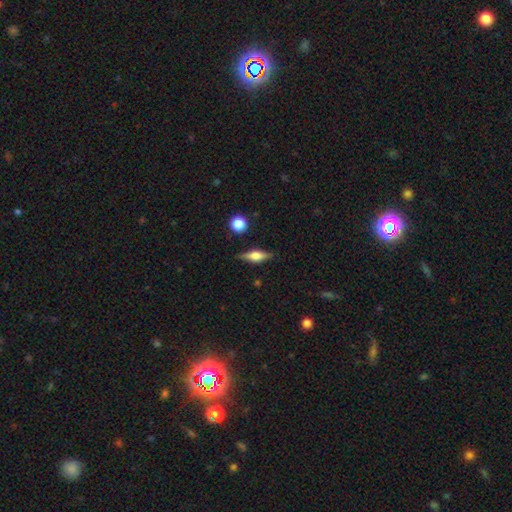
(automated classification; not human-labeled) This appears to be a featured or disk galaxy (59%) viewed edge-on (95%) with a rounded central bulge (84%). Merging: none (84%).